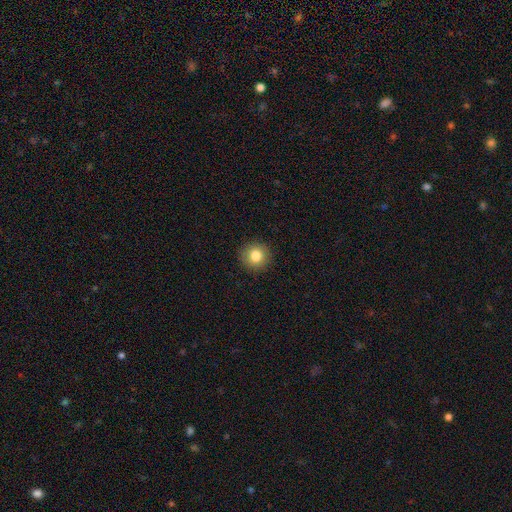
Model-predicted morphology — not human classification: type=smooth (83%); roundness=round (93%); merging=none (92%).